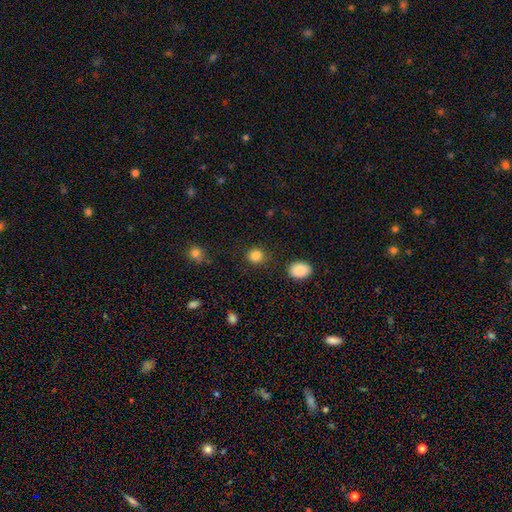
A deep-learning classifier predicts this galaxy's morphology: A smooth galaxy with no disk features (85%) that is round (79%).

Vote fractions:
- Smooth or featured? smooth: 85% / star or artifact: 11% / featured or disk: 4%
- How rounded? round: 79% / in between: 20% / cigar-shaped: 1%
- Merging? none: 84% / minor disturbance: 9% / merger: 3% / major disturbance: 3%